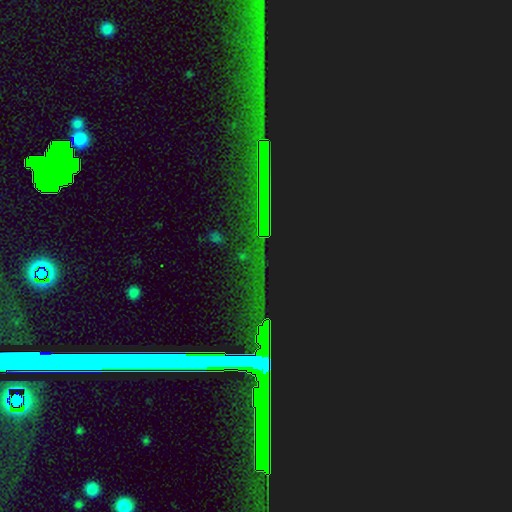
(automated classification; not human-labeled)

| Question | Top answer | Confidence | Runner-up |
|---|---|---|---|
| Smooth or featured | star or artifact | 76% | featured or disk (14%) |